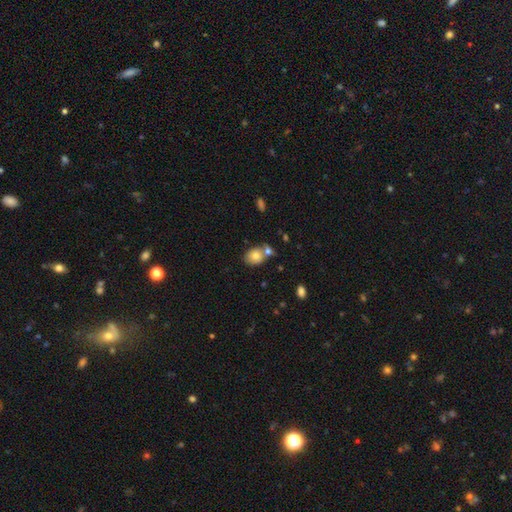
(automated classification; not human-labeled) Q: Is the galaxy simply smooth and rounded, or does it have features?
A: smooth — 77%.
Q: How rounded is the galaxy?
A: in between — 56%.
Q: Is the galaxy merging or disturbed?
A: none — 53%.